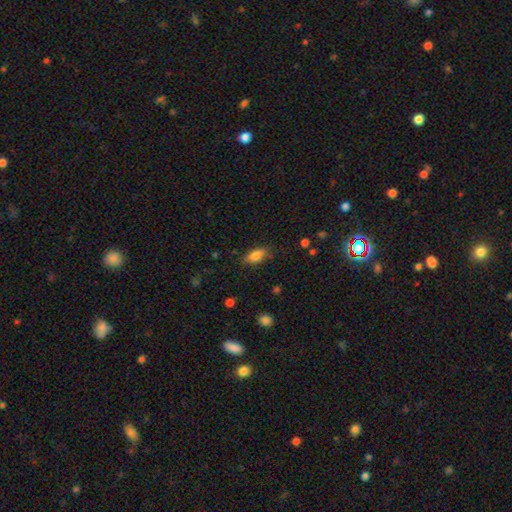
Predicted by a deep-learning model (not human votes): Smooth or featured? smooth (81%)
How rounded? in between (83%)
Merging? none (80%)